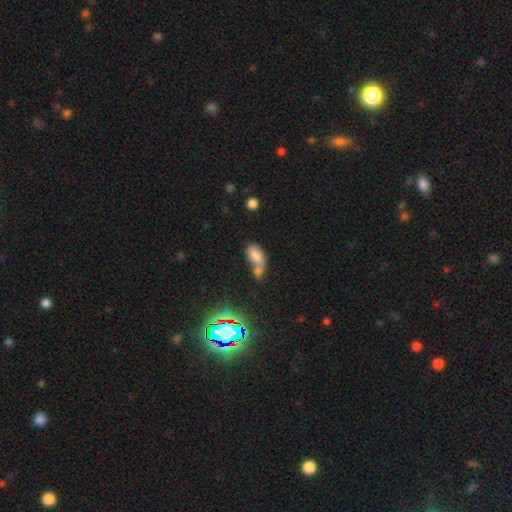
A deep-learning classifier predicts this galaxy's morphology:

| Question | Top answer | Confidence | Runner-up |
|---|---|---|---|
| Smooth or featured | smooth | 76% | star or artifact (13%) |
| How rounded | in between | 88% | round (7%) |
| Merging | merger | 63% | none (22%) |